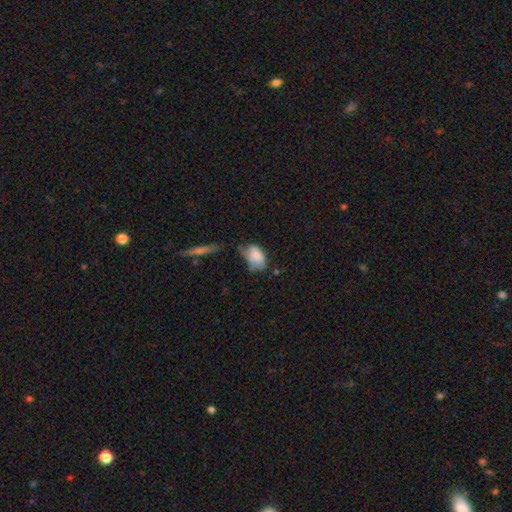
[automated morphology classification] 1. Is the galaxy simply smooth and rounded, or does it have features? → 79% smooth, 13% featured or disk, 8% star or artifact.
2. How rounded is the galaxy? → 88% in between, 11% round, 2% cigar-shaped.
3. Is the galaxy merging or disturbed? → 38% minor disturbance, 37% none, 17% major disturbance, 8% merger.